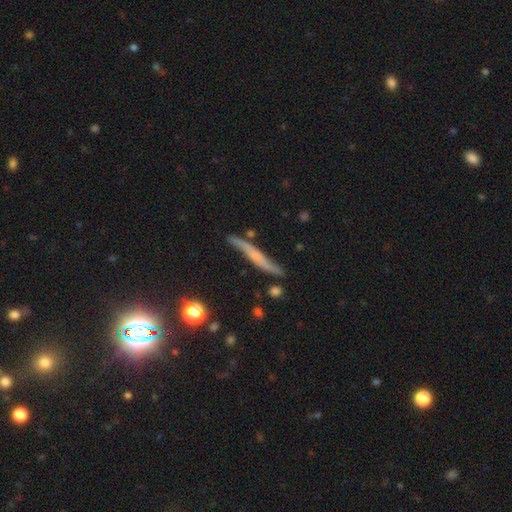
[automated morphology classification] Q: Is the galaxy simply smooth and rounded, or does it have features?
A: featured or disk — 53%.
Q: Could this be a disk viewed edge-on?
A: yes — 82%.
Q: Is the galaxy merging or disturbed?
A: none — 71%.